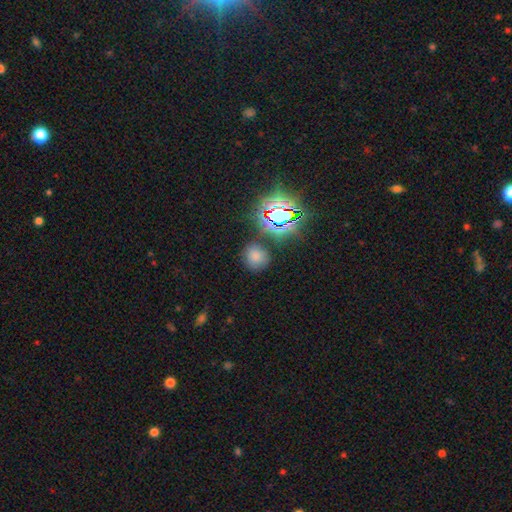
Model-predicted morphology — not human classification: smooth_or_featured: smooth (p=0.65) [alt: star or artifact p=0.27]
how_rounded: round (p=0.78) [alt: in between p=0.21]
merging: none (p=0.76) [alt: minor disturbance p=0.13]